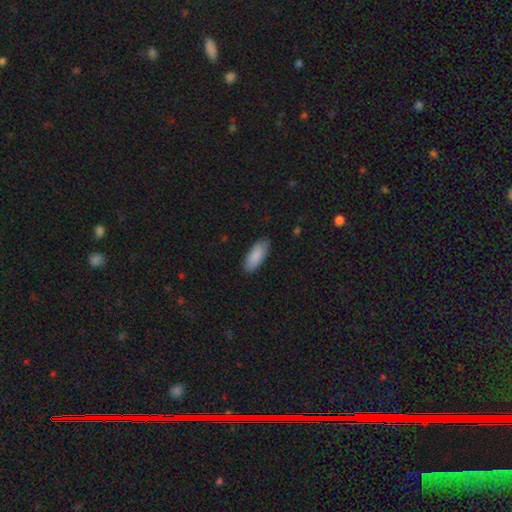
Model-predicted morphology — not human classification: smooth_or_featured: smooth (p=0.89) [alt: featured or disk p=0.06]
how_rounded: in between (p=0.81) [alt: cigar-shaped p=0.18]
merging: none (p=0.87) [alt: minor disturbance p=0.10]